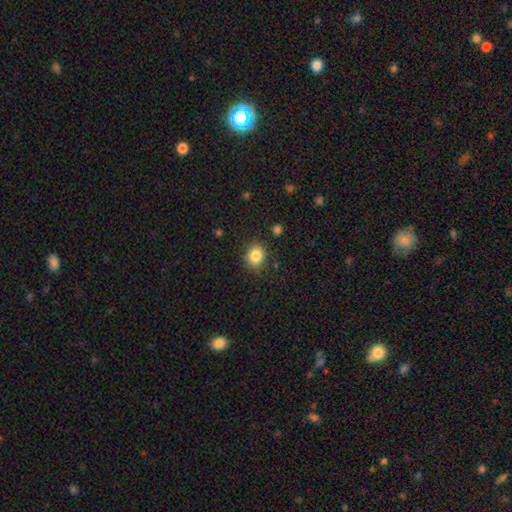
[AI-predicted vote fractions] Q: Smooth or featured?
A: smooth (84%); runner-up: star or artifact (10%)
Q: How rounded?
A: round (66%); runner-up: in between (33%)
Q: Merging?
A: none (85%); runner-up: minor disturbance (10%)